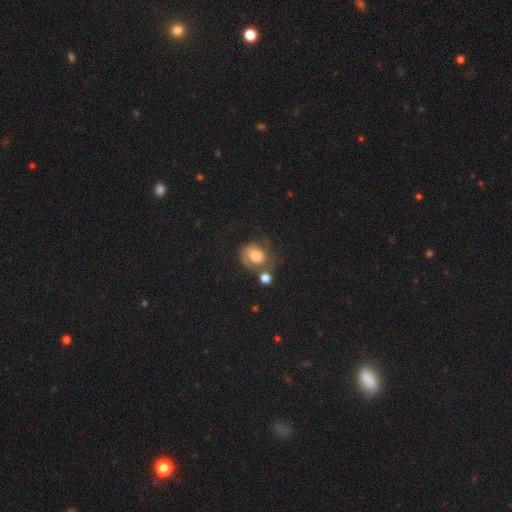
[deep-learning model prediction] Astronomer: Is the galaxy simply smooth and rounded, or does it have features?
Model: featured or disk — 52% (runner-up: smooth, 38%).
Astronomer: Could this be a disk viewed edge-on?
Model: no — 97%.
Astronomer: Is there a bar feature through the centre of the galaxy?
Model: no — 73%.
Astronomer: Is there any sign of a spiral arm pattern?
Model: yes — 79%.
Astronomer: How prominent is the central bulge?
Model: moderate — 53%.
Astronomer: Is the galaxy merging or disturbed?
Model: none — 44% (runner-up: minor disturbance, 21%).